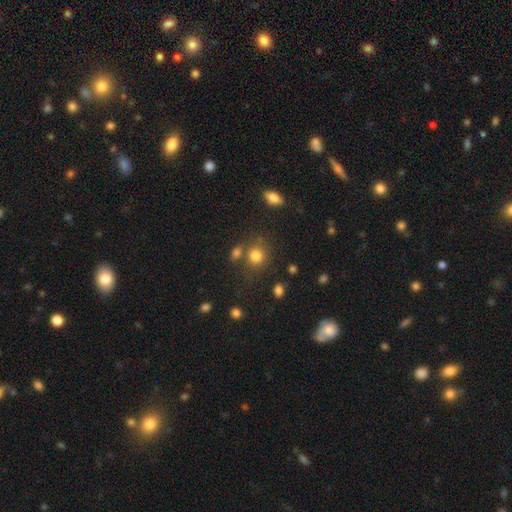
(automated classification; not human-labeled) Smooth or featured?
  - smooth: 80% *
  - star or artifact: 13%
  - featured or disk: 7%
How rounded?
  - round: 80% *
  - in between: 19%
  - cigar-shaped: 1%
Merging?
  - none: 67% *
  - merger: 16%
  - minor disturbance: 11%
  - major disturbance: 6%